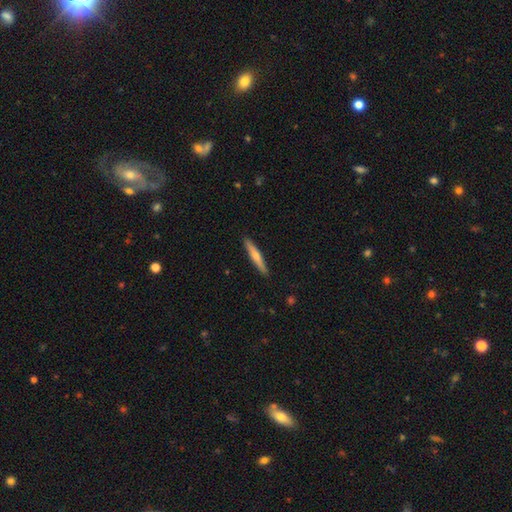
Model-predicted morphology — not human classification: Smooth or featured?
  - smooth: 56% *
  - featured or disk: 39%
  - star or artifact: 5%
How rounded?
  - cigar-shaped: 93% *
  - in between: 5%
  - round: 1%
Merging?
  - none: 91% *
  - minor disturbance: 7%
  - major disturbance: 1%
  - merger: 1%